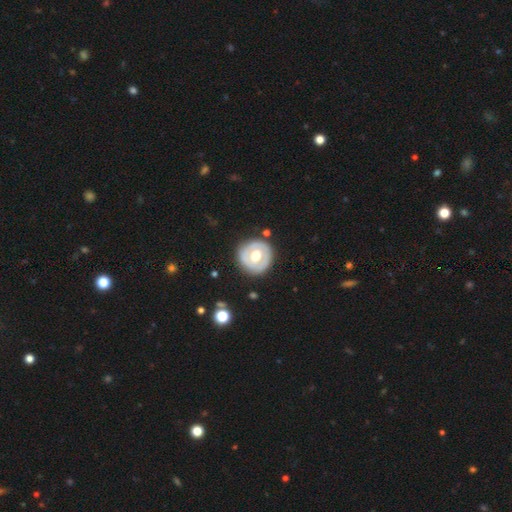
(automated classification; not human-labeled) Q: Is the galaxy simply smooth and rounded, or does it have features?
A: featured or disk — 57%.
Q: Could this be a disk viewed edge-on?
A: no — 96%.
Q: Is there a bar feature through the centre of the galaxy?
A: no — 63%.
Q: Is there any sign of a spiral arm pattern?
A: no — 73%.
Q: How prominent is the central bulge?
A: moderate — 69%.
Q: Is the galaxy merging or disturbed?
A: none — 82%.